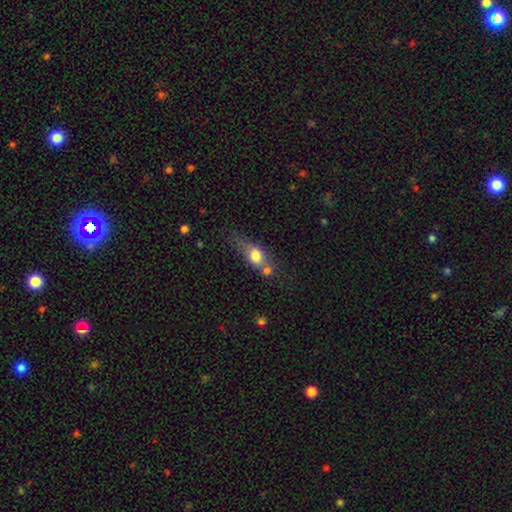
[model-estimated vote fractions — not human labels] This appears to be a smooth galaxy with no disk features (70%) that is in between round and cigar-shaped (62%). Merging: merger (35%).